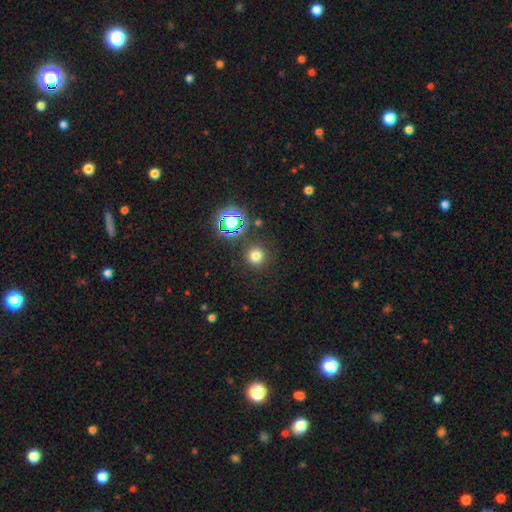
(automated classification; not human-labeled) Smooth or featured: smooth — 72% (star or artifact — 21%)
How rounded: round — 94% (in between — 5%)
Merging: none — 89% (minor disturbance — 6%)